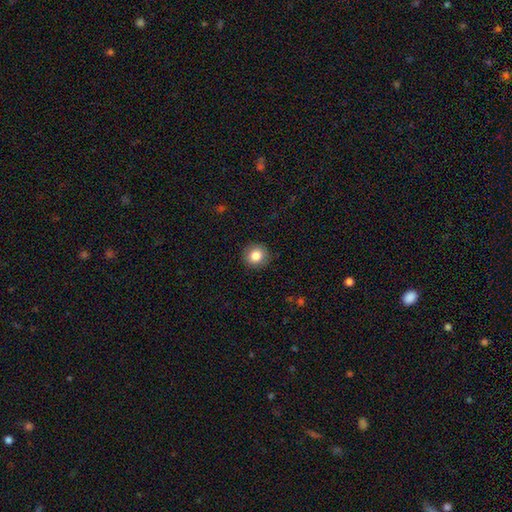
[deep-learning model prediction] smooth 84%, star or artifact 10%, featured or disk 6%. Down the decision tree: how rounded — round (88%); merging — none (90%).